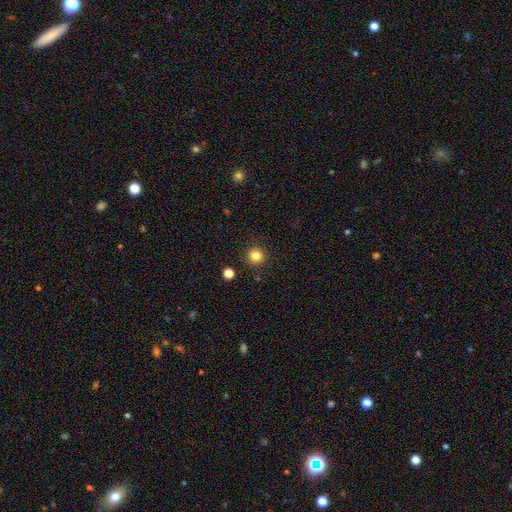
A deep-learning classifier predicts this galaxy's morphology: This appears to be a smooth galaxy with no disk features (82%) that is round (96%). Merging: none (92%).